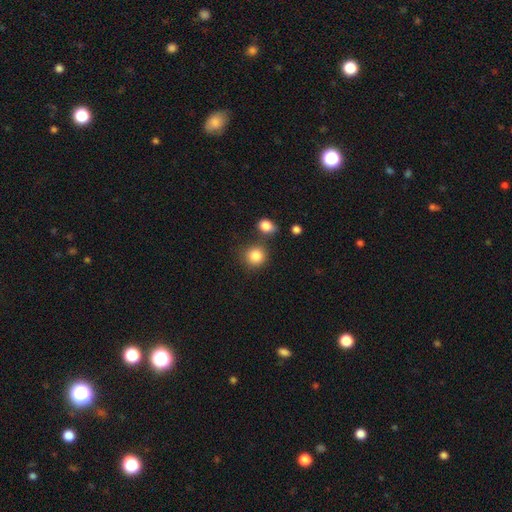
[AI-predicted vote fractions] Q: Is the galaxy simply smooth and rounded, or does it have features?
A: smooth — 85%.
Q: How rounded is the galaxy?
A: round — 88%.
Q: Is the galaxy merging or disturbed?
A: none — 73%.